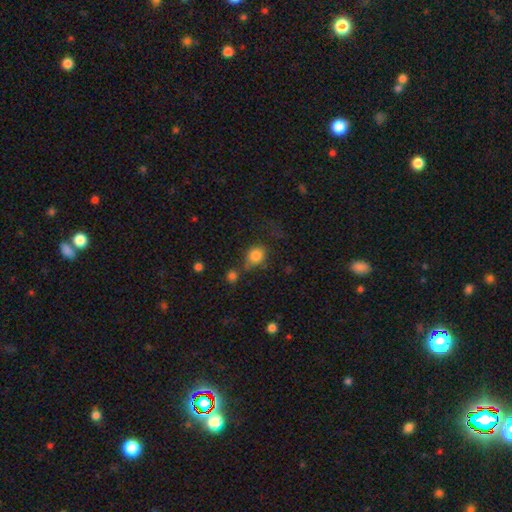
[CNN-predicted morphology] A smooth galaxy with no disk features (82%) that is round (63%).

Vote fractions:
- Smooth or featured? smooth: 82% / star or artifact: 11% / featured or disk: 7%
- How rounded? round: 63% / in between: 35% / cigar-shaped: 1%
- Merging? none: 53% / minor disturbance: 21% / merger: 15% / major disturbance: 11%